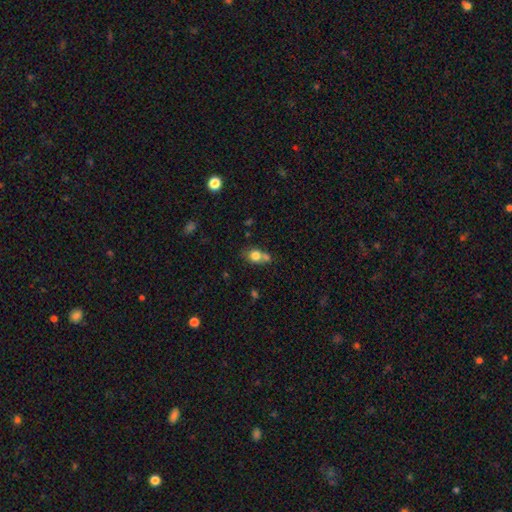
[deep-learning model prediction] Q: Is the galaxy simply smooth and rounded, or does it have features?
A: smooth — 78%.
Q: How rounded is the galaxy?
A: round — 62%.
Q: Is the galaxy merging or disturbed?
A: none — 41%.